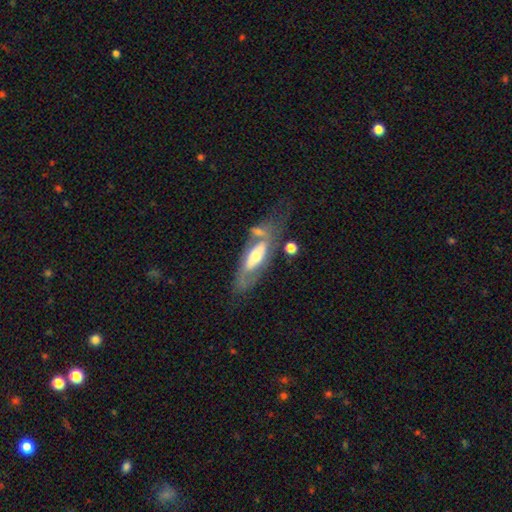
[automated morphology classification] Smooth or featured? featured or disk (66%)
Edge-on disk? no (77%)
Bar? no (56%)
Spiral arms? yes (58%)
Bulge size? moderate (61%)
Merging? none (42%)